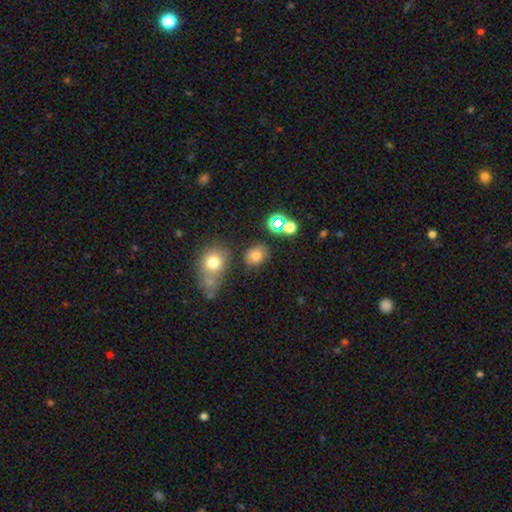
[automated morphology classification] type=smooth (73%); roundness=round (59%); merging=none (74%).